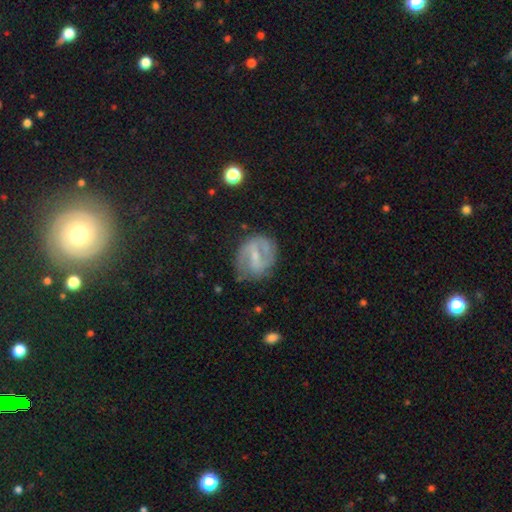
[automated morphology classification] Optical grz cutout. It shows a featured or disk galaxy (73%) with a weak bar (46%), 2 (76%) medium (45%) spiral arms (83%) and a small central bulge (60%). Merging: none (69%).